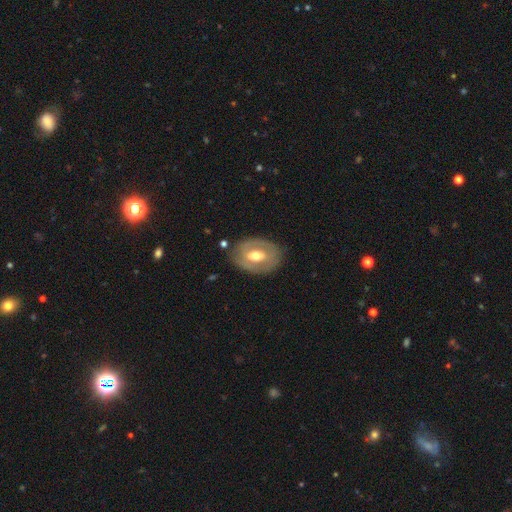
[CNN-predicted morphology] type=featured or disk (61%); edge-on=no (92%); bar=weak (37%); spiral arms=no (73%); bulge=moderate (74%); merging=none (80%).